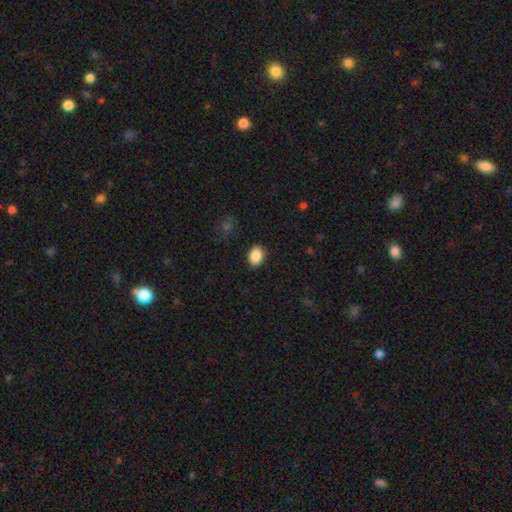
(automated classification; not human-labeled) smooth-or-featured: smooth: 89% | star or artifact: 8% | featured or disk: 3%
  how-rounded: in between: 80% | round: 19% | cigar-shaped: 1%
  merging: none: 89% | minor disturbance: 8% | major disturbance: 2% | merger: 1%